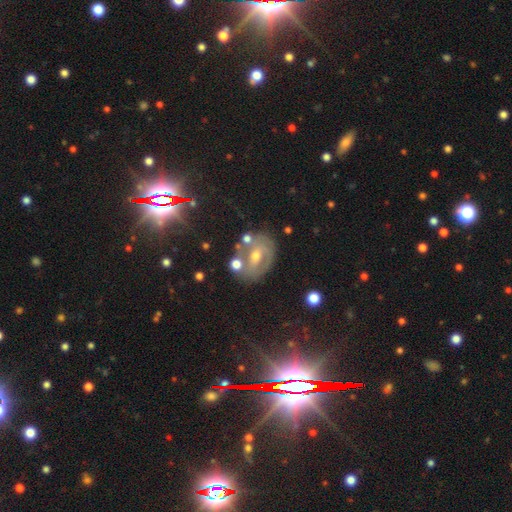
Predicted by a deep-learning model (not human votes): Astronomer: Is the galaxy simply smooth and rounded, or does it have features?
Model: featured or disk — 62%.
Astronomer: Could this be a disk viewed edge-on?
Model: no — 94%.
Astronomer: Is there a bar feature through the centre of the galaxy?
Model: weak — 41% (runner-up: no, 34%).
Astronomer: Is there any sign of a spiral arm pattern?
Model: yes — 61% (runner-up: no, 39%).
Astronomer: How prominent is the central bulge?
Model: moderate — 57% (runner-up: small, 38%).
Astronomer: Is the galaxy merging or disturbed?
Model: none — 63%.